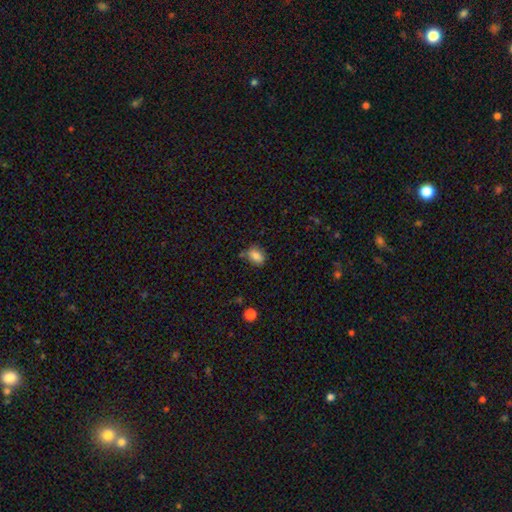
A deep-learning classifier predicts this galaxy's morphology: A smooth galaxy with no disk features (83%) that is in between round and cigar-shaped (77%). Merging: none (64%).